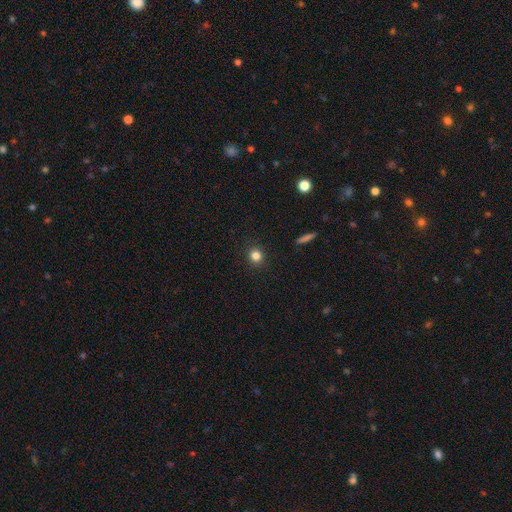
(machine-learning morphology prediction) smooth 82%, star or artifact 13%, featured or disk 6%. Down the decision tree: how rounded — round (89%); merging — none (91%).